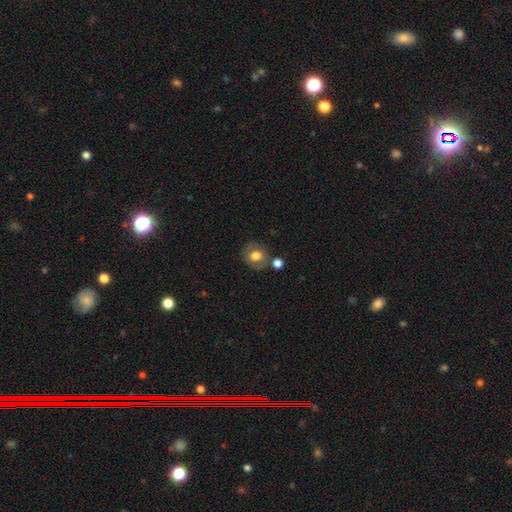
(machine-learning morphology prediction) type=smooth (66%); roundness=round (71%); merging=none (73%).